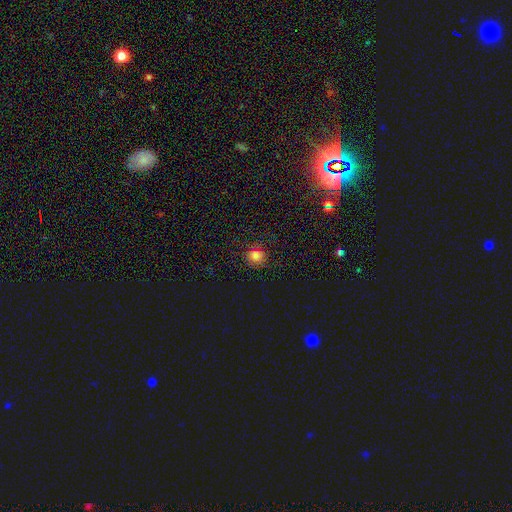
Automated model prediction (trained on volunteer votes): A smooth galaxy with no disk features (74%) that is round (84%). Merging: none (79%).